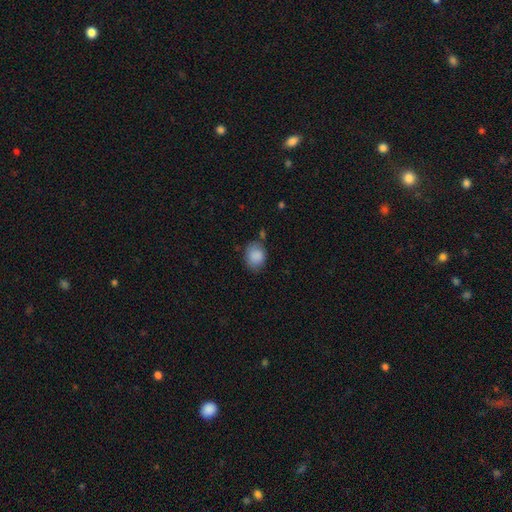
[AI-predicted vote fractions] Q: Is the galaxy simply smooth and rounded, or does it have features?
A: smooth — 87%.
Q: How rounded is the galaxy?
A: in between — 52%.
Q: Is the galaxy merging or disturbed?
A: none — 69%.